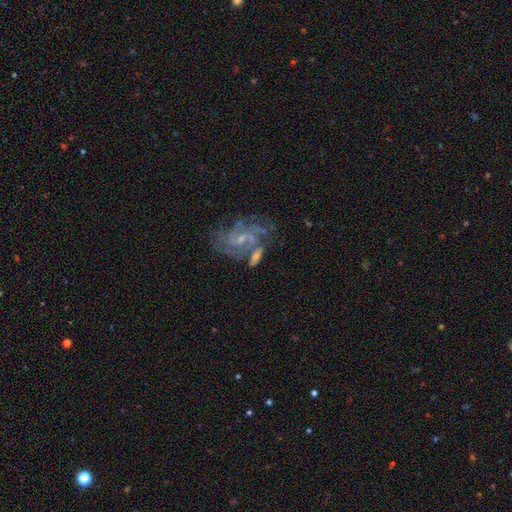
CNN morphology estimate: featured or disk 83%, smooth 9%, star or artifact 8%. Down the decision tree: edge-on disk — no (97%); bar — weak (46%); spiral arms — yes (94%); spiral arm count — 2 (33%); spiral winding — medium (44%, tied with tight); bulge size — small (63%); merging — none (47%).